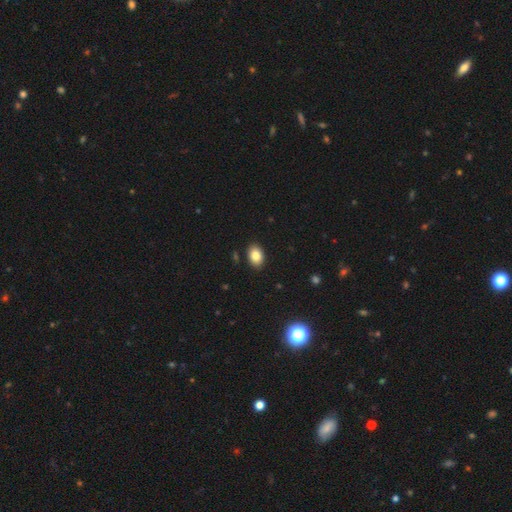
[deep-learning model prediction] A smooth galaxy with no disk features (84%) that is in between round and cigar-shaped (84%). Merging: none (89%).